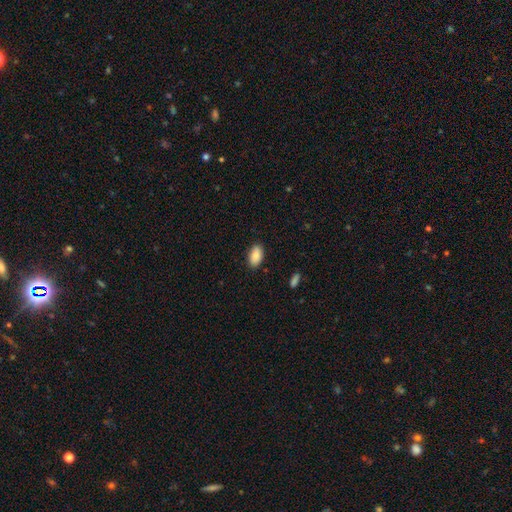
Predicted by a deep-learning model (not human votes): A smooth galaxy with no disk features (88%) that is in between round and cigar-shaped (94%). Merging: none (88%).